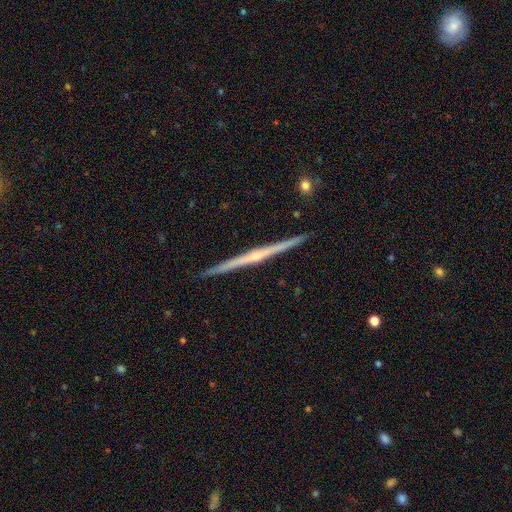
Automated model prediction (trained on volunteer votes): smooth_or_featured: featured or disk (p=0.80) [alt: smooth p=0.14]
disk_edge_on: yes (p=0.99) [alt: no p=0.01]
edge_on_bulge: rounded (p=0.57) [alt: none p=0.36]
merging: none (p=0.93) [alt: minor disturbance p=0.05]